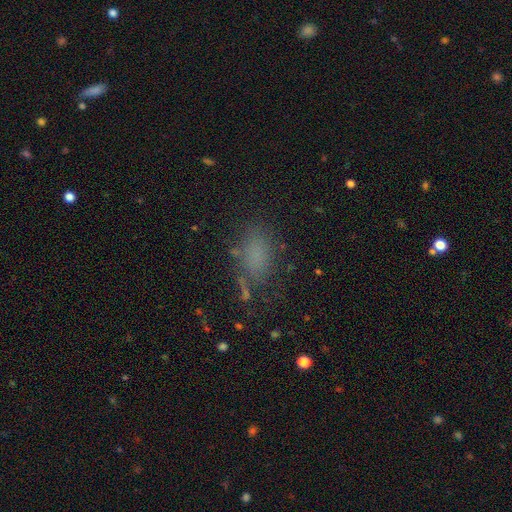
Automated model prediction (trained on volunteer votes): Smooth or featured: smooth — 71% (star or artifact — 18%)
How rounded: in between — 85% (round — 9%)
Merging: none — 63% (minor disturbance — 20%)